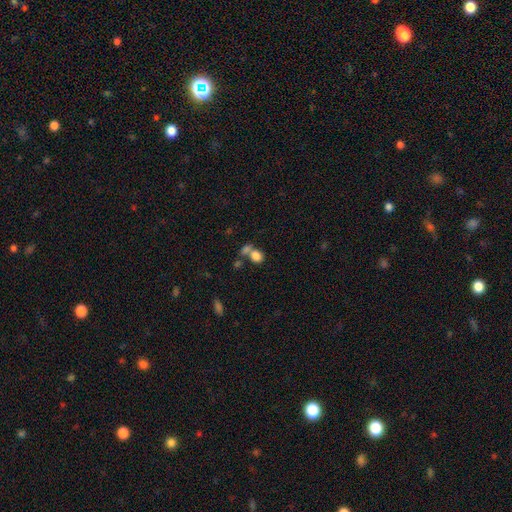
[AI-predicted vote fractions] Smooth or featured: smooth — 80% (star or artifact — 11%)
How rounded: round — 60% (in between — 39%)
Merging: merger — 45% (none — 39%)